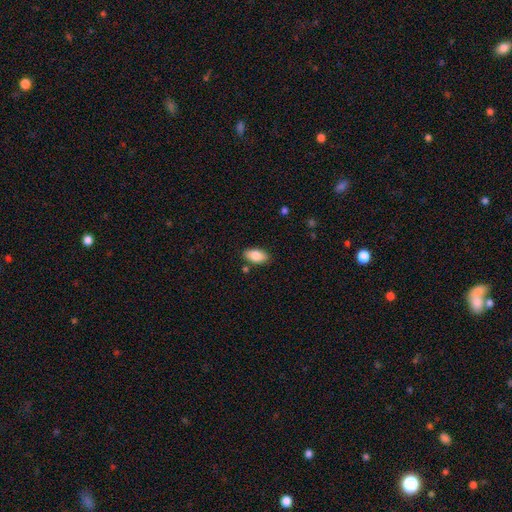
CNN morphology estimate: Smooth or featured?
  - smooth: 85% *
  - featured or disk: 8%
  - star or artifact: 7%
How rounded?
  - in between: 94% *
  - cigar-shaped: 3%
  - round: 3%
Merging?
  - none: 85% *
  - minor disturbance: 10%
  - merger: 3%
  - major disturbance: 2%